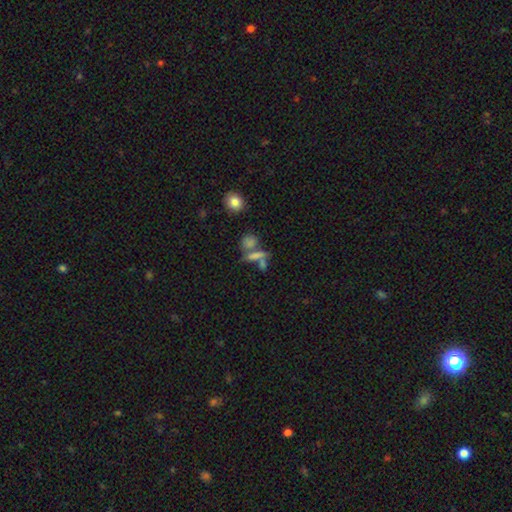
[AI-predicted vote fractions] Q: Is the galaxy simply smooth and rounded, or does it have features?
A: smooth — 58%.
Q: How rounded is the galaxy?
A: cigar-shaped — 45%.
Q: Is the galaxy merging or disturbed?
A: merger — 44%.